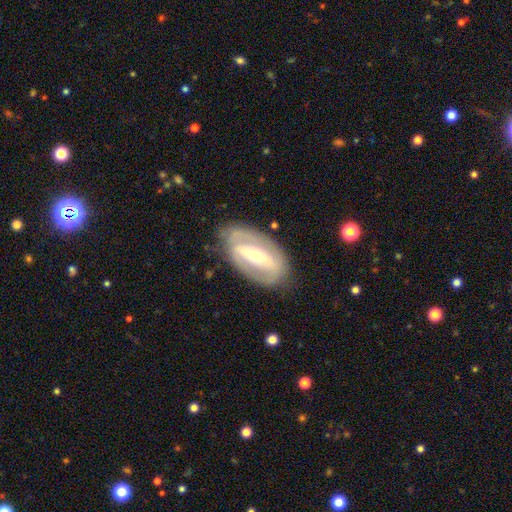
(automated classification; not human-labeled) Morphology: type=featured or disk (76%); edge-on=no (90%); bar=strong (64%); spiral arms=yes (58%); bulge=small (53%); merging=none (75%).